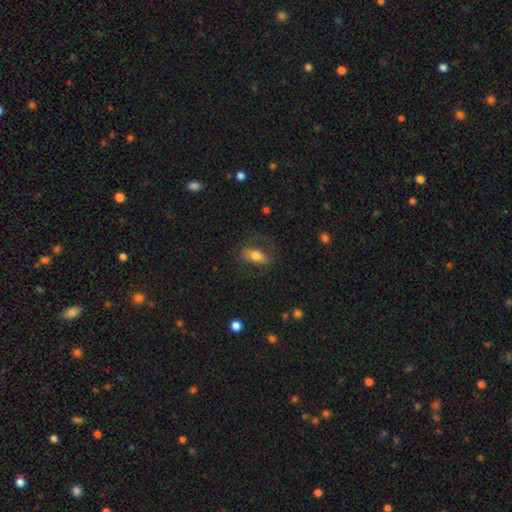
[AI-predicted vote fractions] Morphology: type=smooth (64%); roundness=in between (79%); merging=none (67%).